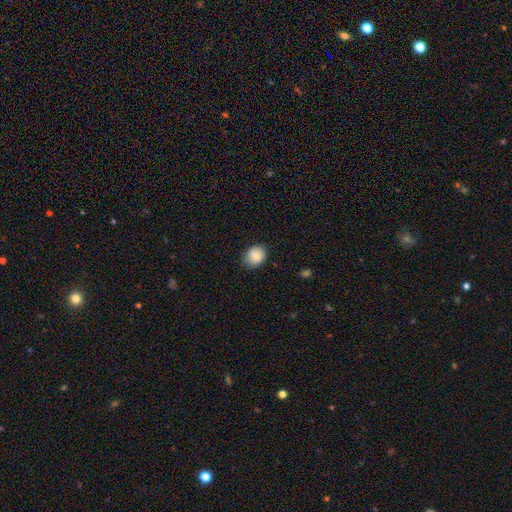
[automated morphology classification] smooth 85%, star or artifact 8%, featured or disk 7%. Down the decision tree: how rounded — round (61%); merging — none (82%).